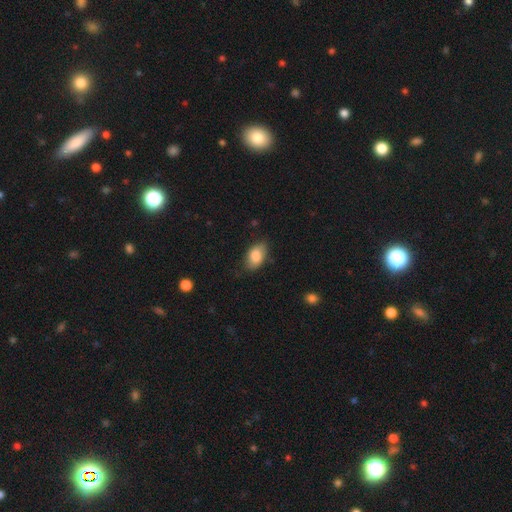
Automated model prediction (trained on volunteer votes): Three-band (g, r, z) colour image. It shows a smooth galaxy with no disk features (82%) that is in between round and cigar-shaped (91%). Merging: none (73%).